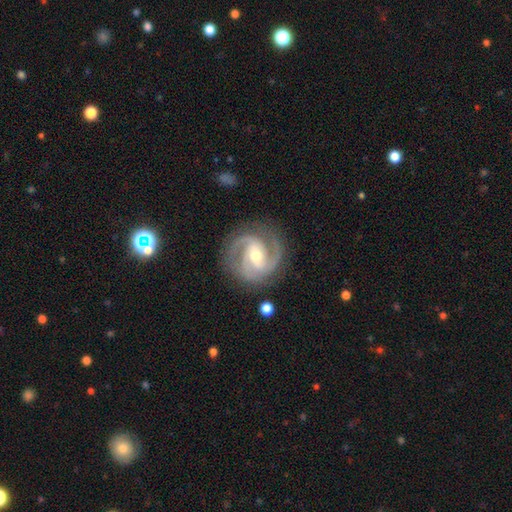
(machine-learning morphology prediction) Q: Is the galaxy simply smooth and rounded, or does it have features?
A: featured or disk — 92%.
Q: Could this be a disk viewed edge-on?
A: no — 98%.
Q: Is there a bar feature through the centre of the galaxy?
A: weak — 43%.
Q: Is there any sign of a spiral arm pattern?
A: yes — 98%.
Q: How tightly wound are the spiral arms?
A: medium — 48%.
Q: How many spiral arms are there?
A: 3 — 50%.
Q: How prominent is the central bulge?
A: moderate — 61%.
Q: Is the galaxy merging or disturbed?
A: none — 83%.